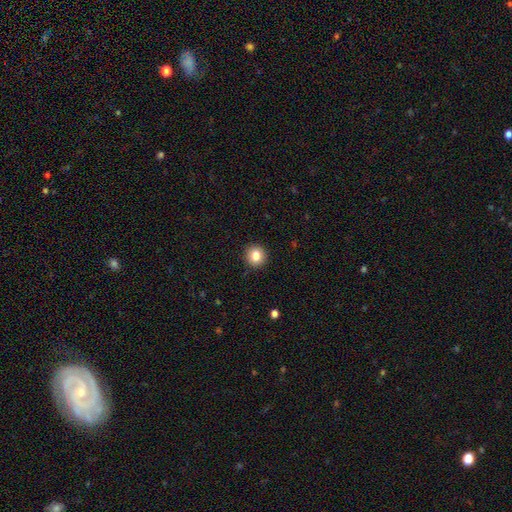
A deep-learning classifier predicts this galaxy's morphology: Smooth or featured? smooth (83%)
How rounded? round (92%)
Merging? none (92%)